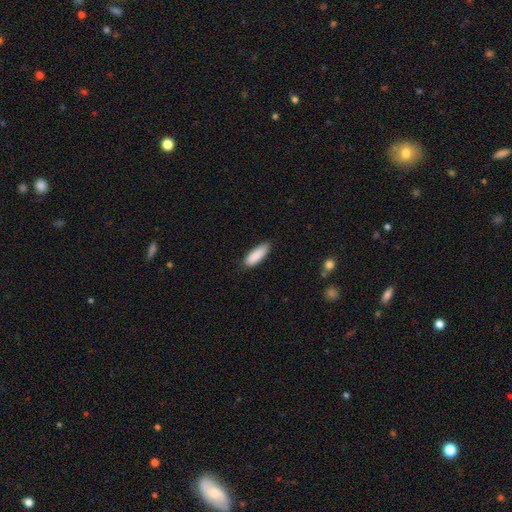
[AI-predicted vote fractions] Smooth or featured? Predicted: smooth (p=0.89). How rounded? Predicted: in between (p=0.60). Merging? Predicted: none (p=0.78).